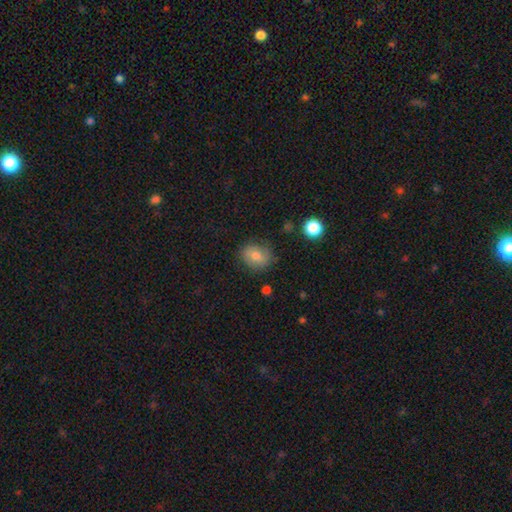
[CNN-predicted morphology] type=smooth (72%); roundness=round (57%); merging=none (78%).